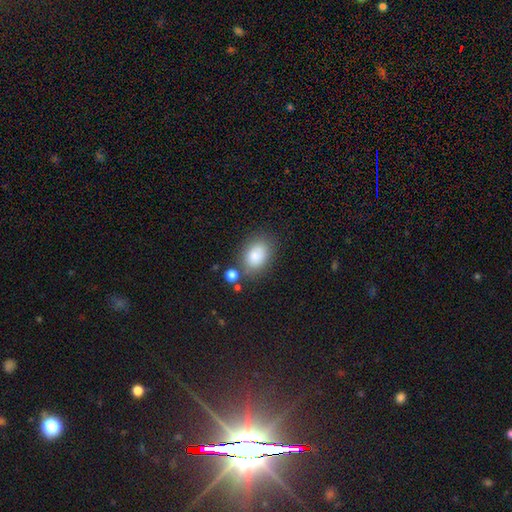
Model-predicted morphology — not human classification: Smooth or featured? Predicted: smooth (p=0.84). How rounded? Predicted: in between (p=0.78). Merging? Predicted: none (p=0.71).